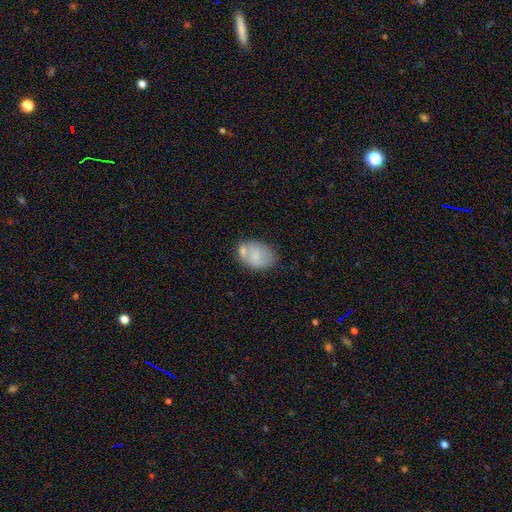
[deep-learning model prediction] This appears to be a smooth galaxy with no disk features (71%) that is in between round and cigar-shaped (79%). Merging: none (48%).